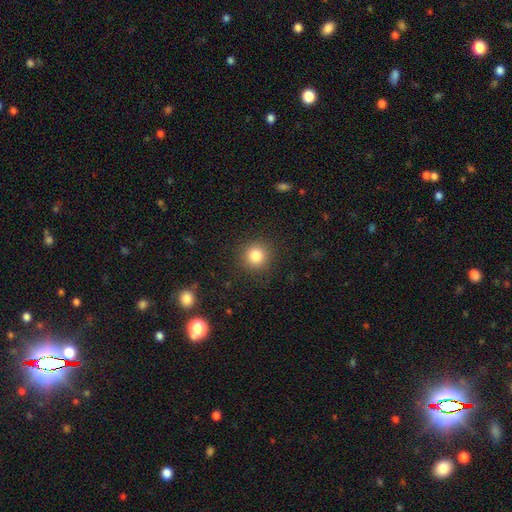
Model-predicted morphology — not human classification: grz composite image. It shows a smooth galaxy with no disk features (83%) that is round (92%). Merging: none (90%).